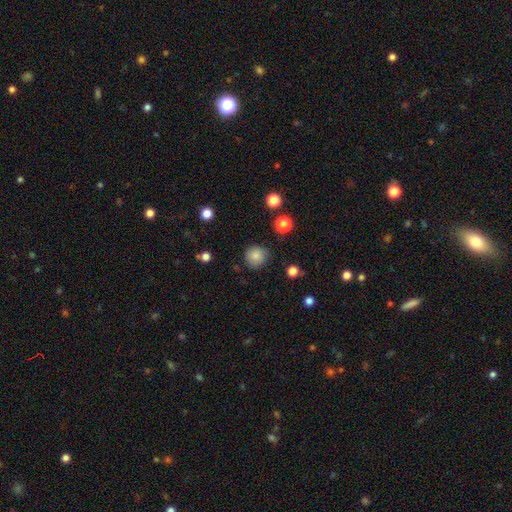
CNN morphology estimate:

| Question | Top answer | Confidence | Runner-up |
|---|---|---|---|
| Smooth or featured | smooth | 84% | star or artifact (11%) |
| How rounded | round | 92% | in between (7%) |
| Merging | none | 84% | minor disturbance (12%) |